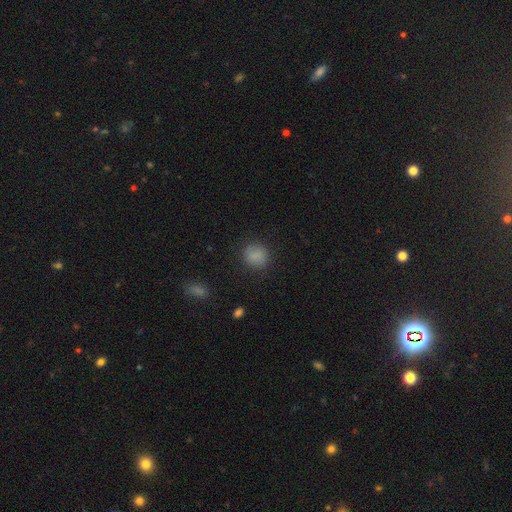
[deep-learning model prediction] Morphology: type=smooth (84%); roundness=round (83%); merging=none (83%).